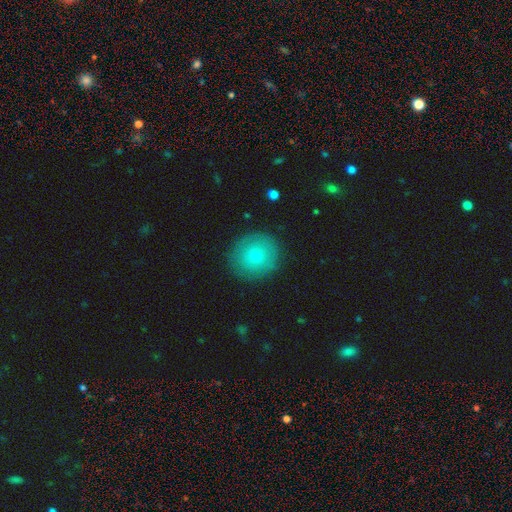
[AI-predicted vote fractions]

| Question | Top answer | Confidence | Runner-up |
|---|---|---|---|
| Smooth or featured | smooth | 71% | featured or disk (20%) |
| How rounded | round | 92% | in between (7%) |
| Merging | none | 86% | minor disturbance (10%) |